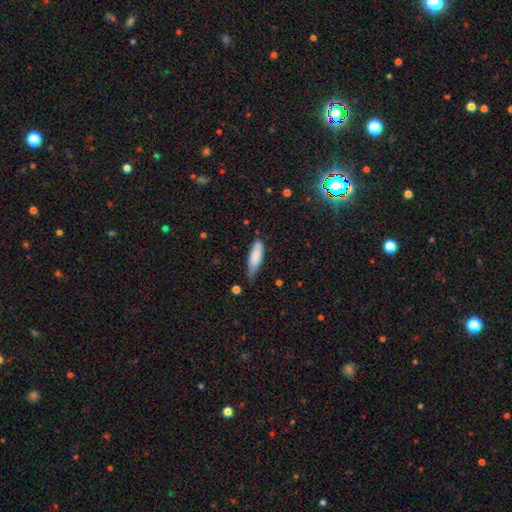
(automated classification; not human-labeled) Smooth or featured: smooth — 84% (featured or disk — 10%)
How rounded: cigar-shaped — 53% (in between — 46%)
Merging: none — 54% (minor disturbance — 37%)